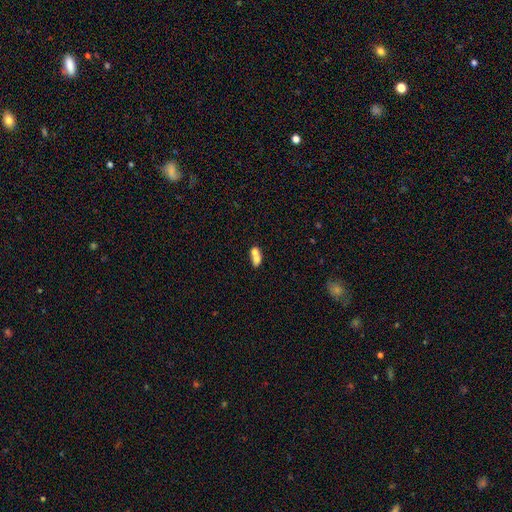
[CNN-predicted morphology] smooth 69%, featured or disk 22%, star or artifact 10%. Down the decision tree: how rounded — in between (68%); merging — merger (71%).